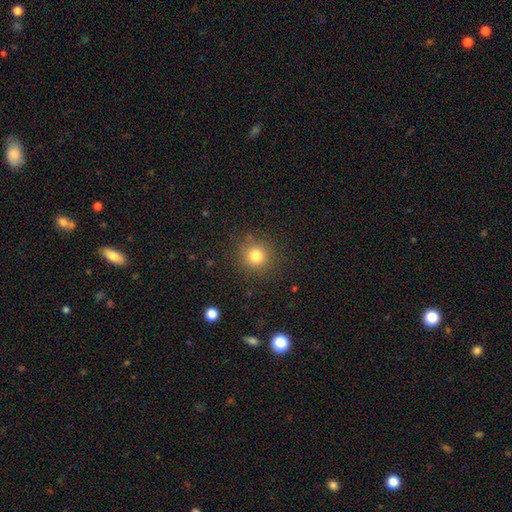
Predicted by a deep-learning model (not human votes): smooth 79%, star or artifact 14%, featured or disk 7%. Down the decision tree: how rounded — round (92%); merging — none (87%).